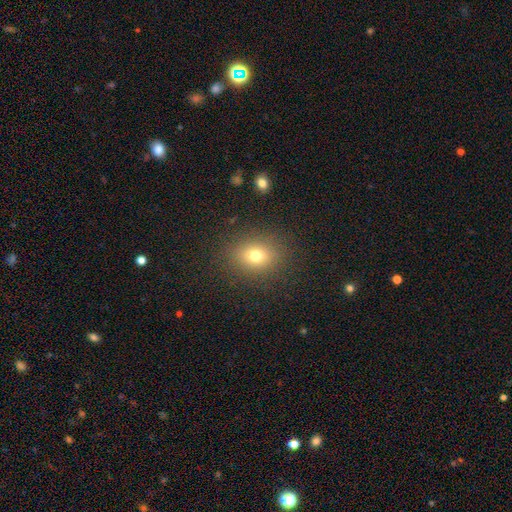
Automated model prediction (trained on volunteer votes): Smooth or featured? smooth (74%)
How rounded? round (51%)
Merging? none (87%)